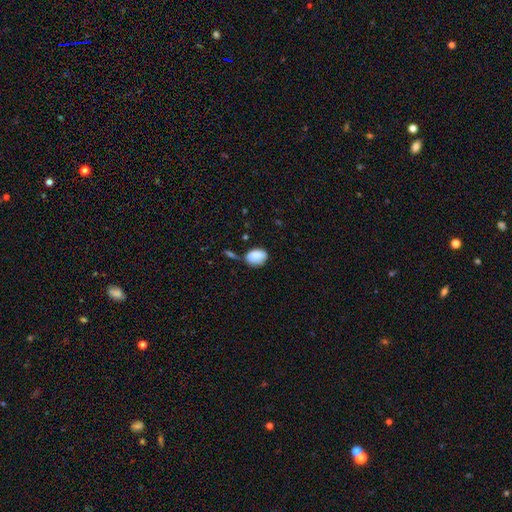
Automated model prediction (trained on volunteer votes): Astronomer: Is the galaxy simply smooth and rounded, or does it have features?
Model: smooth — 84%.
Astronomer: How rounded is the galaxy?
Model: in between — 75%.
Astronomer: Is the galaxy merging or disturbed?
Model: none — 51% (runner-up: minor disturbance, 28%).